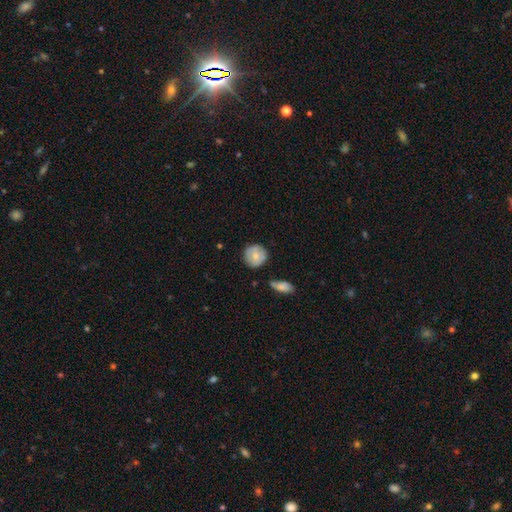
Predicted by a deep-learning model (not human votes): smooth_or_featured: smooth (p=0.75) [alt: featured or disk p=0.18]
how_rounded: round (p=0.91) [alt: in between p=0.08]
merging: none (p=0.72) [alt: minor disturbance p=0.20]